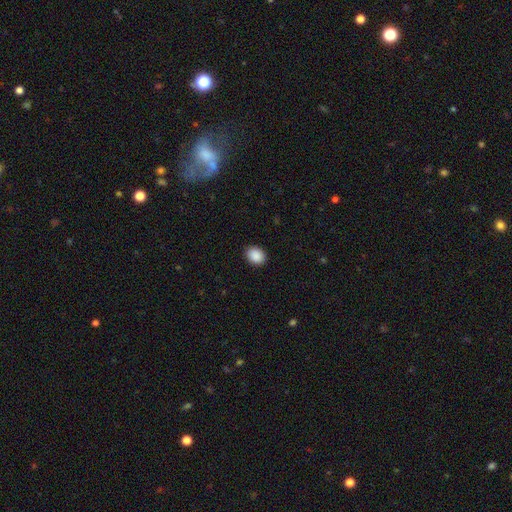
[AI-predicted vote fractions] Smooth or featured?
  - smooth: 90% *
  - star or artifact: 8%
  - featured or disk: 2%
How rounded?
  - in between: 59% *
  - round: 40%
  - cigar-shaped: 1%
Merging?
  - none: 90% *
  - minor disturbance: 7%
  - major disturbance: 2%
  - merger: 1%